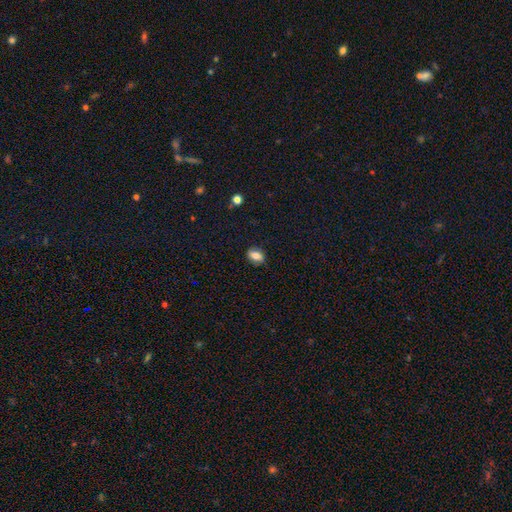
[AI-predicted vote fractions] Smooth or featured? smooth (78%)
How rounded? in between (81%)
Merging? none (84%)